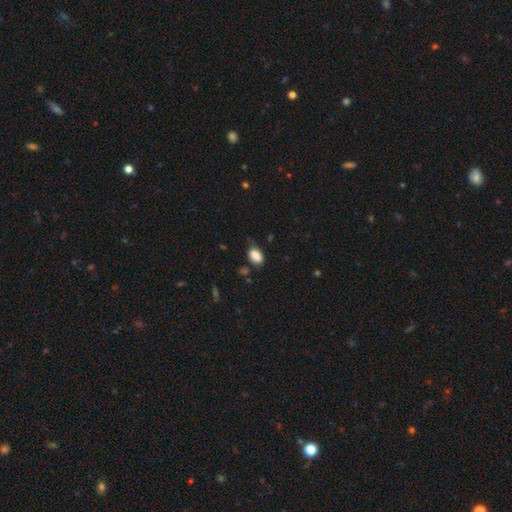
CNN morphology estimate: Smooth or featured: smooth — 87% (star or artifact — 8%)
How rounded: in between — 87% (round — 12%)
Merging: none — 65% (minor disturbance — 27%)